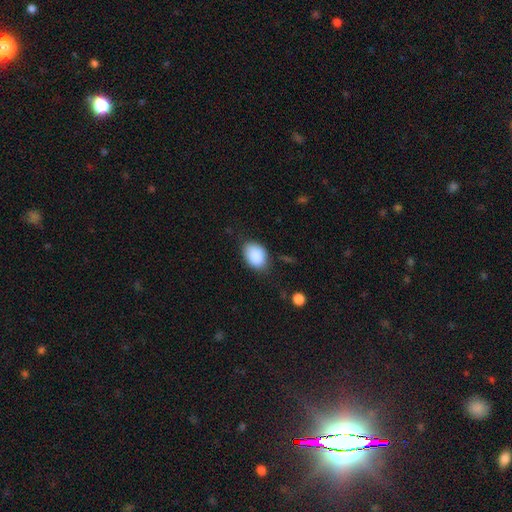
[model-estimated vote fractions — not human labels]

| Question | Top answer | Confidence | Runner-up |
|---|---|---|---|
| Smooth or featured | smooth | 88% | star or artifact (7%) |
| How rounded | in between | 78% | round (21%) |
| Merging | none | 72% | minor disturbance (20%) |